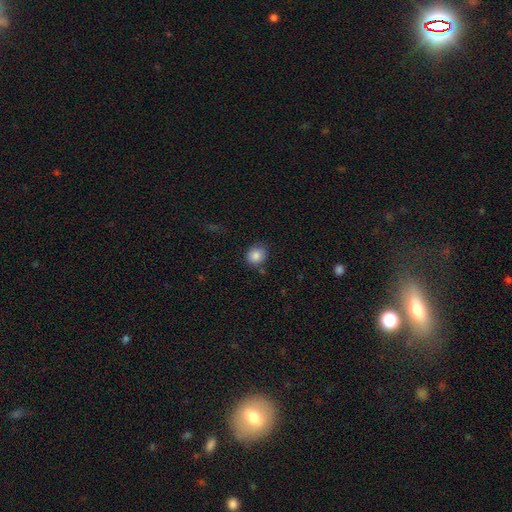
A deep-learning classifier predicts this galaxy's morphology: This is clearly a smooth galaxy (86%). How rounded: likely round (74%). Merging: likely none (75%).